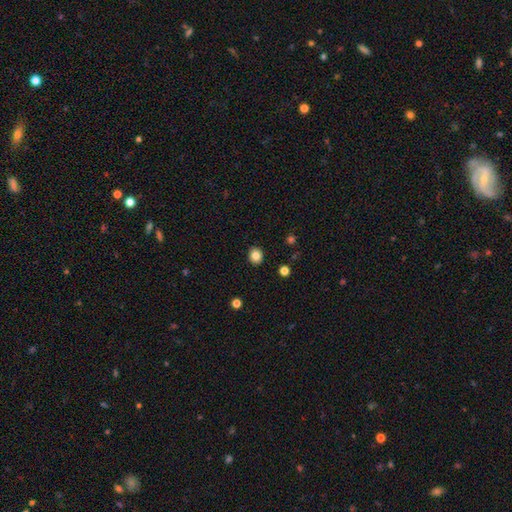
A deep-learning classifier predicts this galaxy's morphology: A smooth galaxy with no disk features (84%) that is round (73%).

Vote fractions:
- Smooth or featured? smooth: 84% / star or artifact: 11% / featured or disk: 5%
- How rounded? round: 73% / in between: 27% / cigar-shaped: 1%
- Merging? none: 90% / minor disturbance: 7% / major disturbance: 2% / merger: 1%